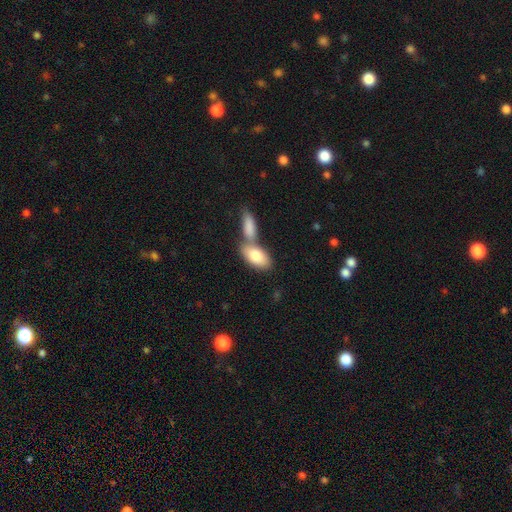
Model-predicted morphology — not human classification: smooth 80%, featured or disk 15%, star or artifact 6%. Down the decision tree: how rounded — in between (91%); merging — merger (49%).